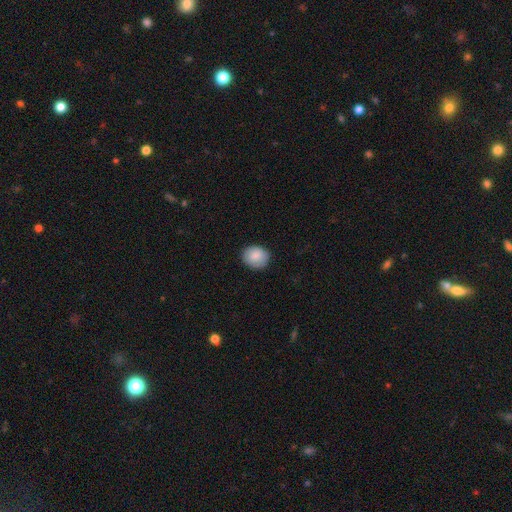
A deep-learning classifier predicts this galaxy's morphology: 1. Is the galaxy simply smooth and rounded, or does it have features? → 87% smooth, 7% star or artifact, 6% featured or disk.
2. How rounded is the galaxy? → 71% round, 28% in between, 1% cigar-shaped.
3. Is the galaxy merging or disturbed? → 86% none, 11% minor disturbance, 2% major disturbance, 1% merger.